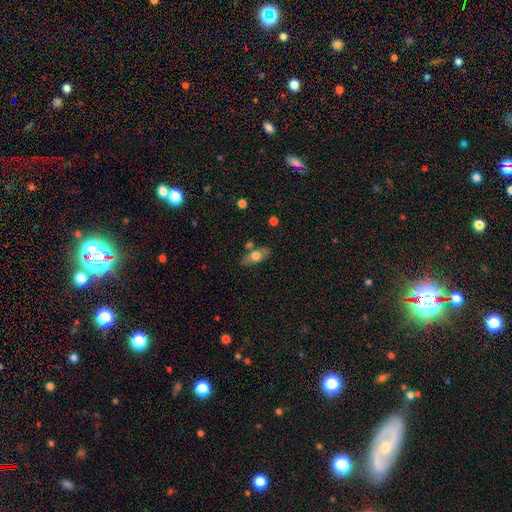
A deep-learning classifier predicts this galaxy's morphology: smooth 63%, featured or disk 30%, star or artifact 7%. Down the decision tree: how rounded — in between (80%); merging — none (72%).